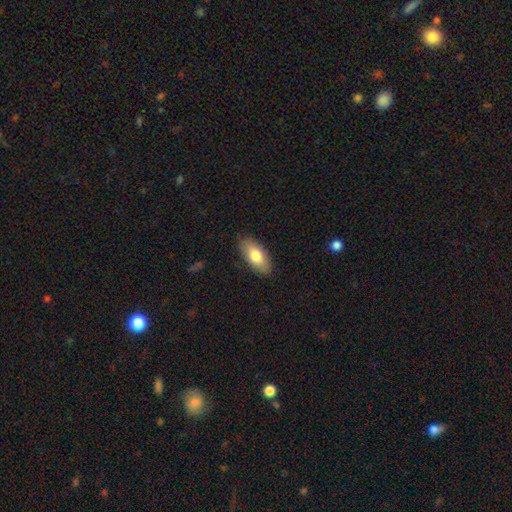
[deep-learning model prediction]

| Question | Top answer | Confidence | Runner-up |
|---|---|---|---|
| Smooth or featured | smooth | 77% | featured or disk (17%) |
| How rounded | in between | 90% | cigar-shaped (8%) |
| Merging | none | 86% | minor disturbance (11%) |